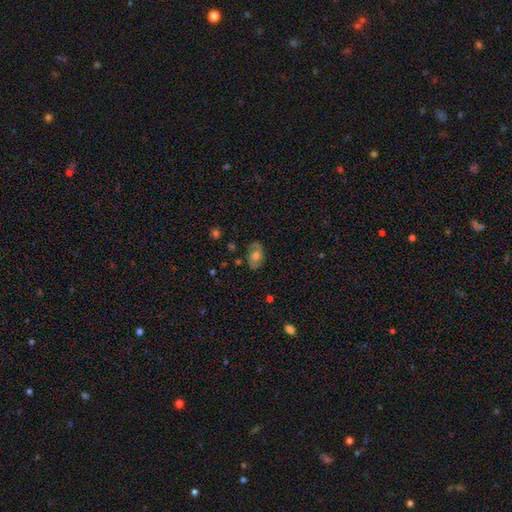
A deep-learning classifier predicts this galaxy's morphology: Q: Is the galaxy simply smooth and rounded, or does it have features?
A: featured or disk — 49%.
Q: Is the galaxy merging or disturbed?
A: none — 78%.